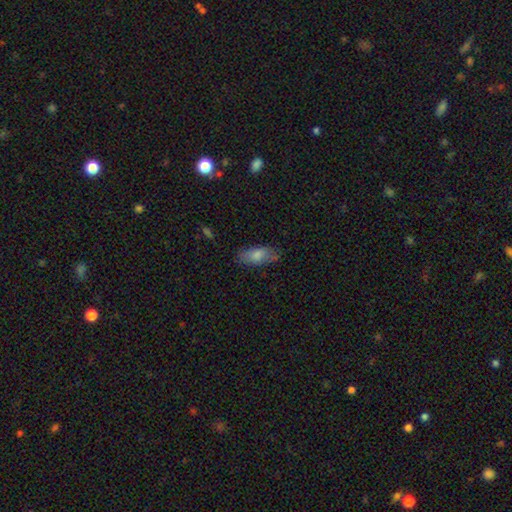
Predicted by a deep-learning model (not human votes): Smooth or featured? Predicted: smooth (p=0.72). How rounded? Predicted: in between (p=0.77). Merging? Predicted: none (p=0.78).